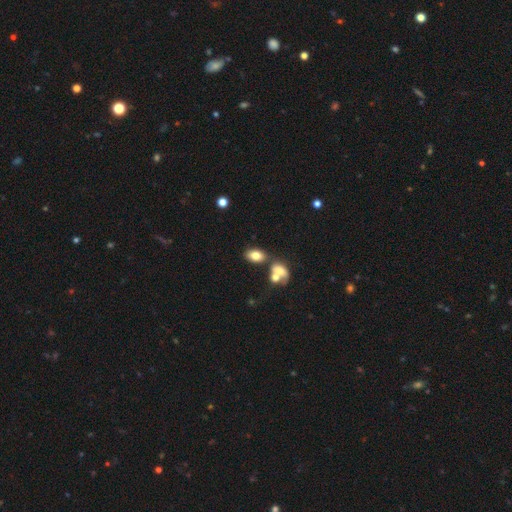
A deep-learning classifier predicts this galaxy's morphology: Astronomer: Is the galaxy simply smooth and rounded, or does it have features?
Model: smooth — 77%.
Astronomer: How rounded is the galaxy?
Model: in between — 86%.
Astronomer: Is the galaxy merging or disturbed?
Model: none — 57%.